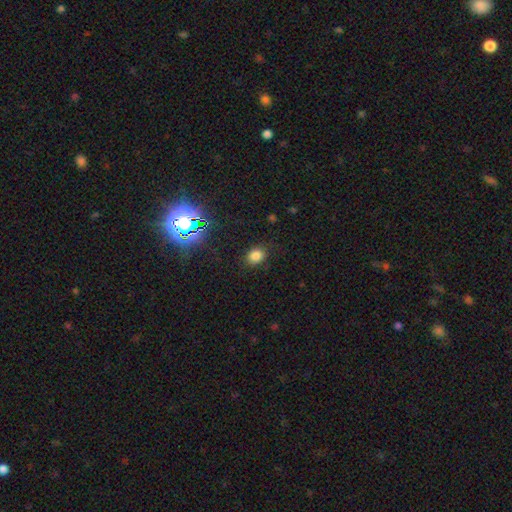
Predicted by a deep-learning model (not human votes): Smooth or featured?
  - smooth: 77% *
  - star or artifact: 17%
  - featured or disk: 6%
How rounded?
  - in between: 52% *
  - round: 47%
  - cigar-shaped: 1%
Merging?
  - none: 83% *
  - minor disturbance: 11%
  - major disturbance: 4%
  - merger: 1%